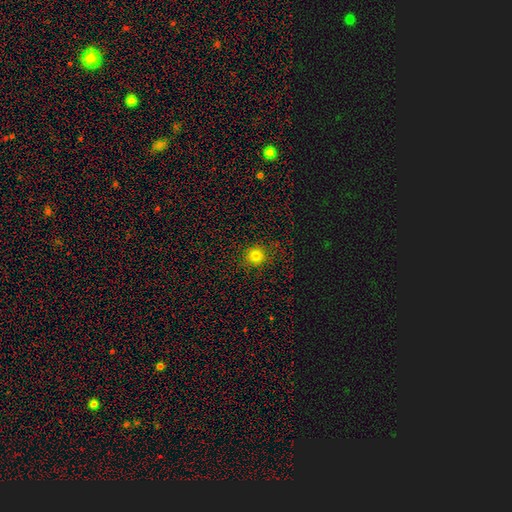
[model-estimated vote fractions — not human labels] Morphology: type=smooth (79%); roundness=round (91%); merging=none (88%).